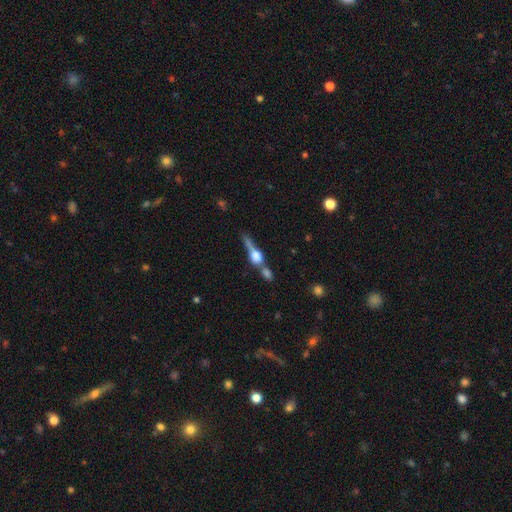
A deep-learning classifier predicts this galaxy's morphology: Smooth or featured? Predicted: smooth (p=0.46). Merging? Predicted: merger (p=0.48).